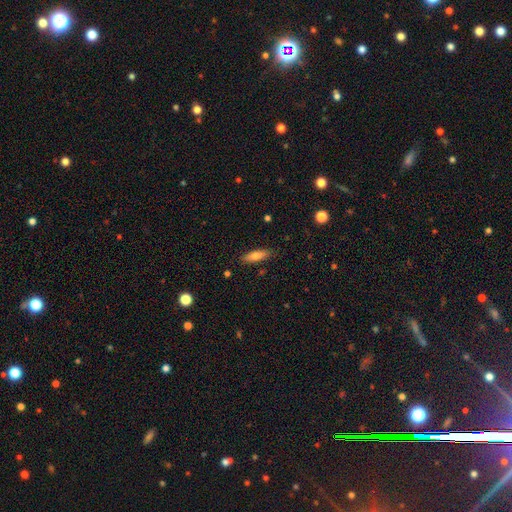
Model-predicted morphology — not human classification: Smooth or featured? Predicted: smooth (p=0.71). How rounded? Predicted: cigar-shaped (p=0.54). Merging? Predicted: none (p=0.86).